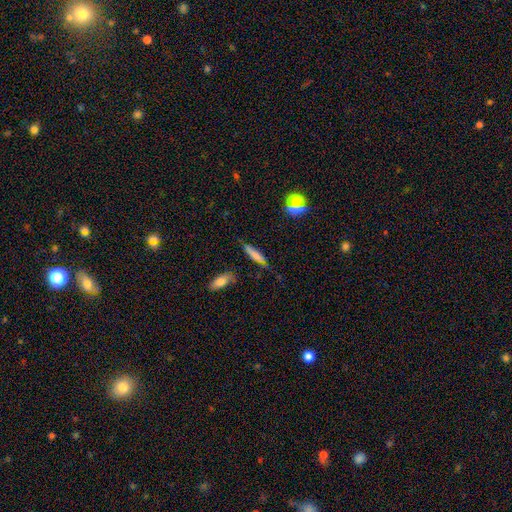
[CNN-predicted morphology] This is likely a smooth galaxy (73%). How rounded: likely cigar-shaped (77%). Merging: likely none (65%).